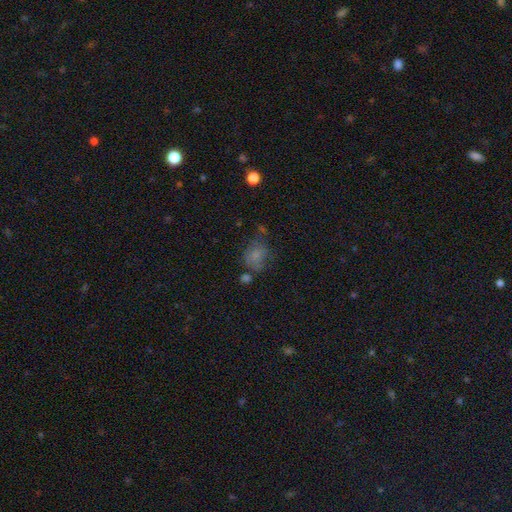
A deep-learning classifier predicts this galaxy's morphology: Smooth or featured?
  - smooth: 62% *
  - featured or disk: 22%
  - star or artifact: 16%
How rounded?
  - in between: 56% *
  - round: 43%
  - cigar-shaped: 1%
Merging?
  - none: 40% *
  - minor disturbance: 24%
  - major disturbance: 22%
  - merger: 14%